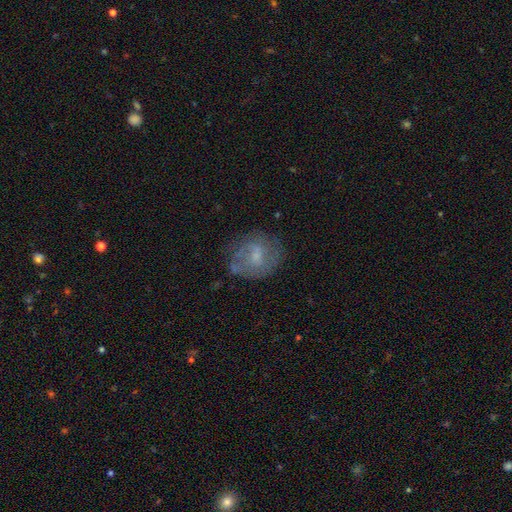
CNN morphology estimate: featured or disk 51%, smooth 40%, star or artifact 9%. Down the decision tree: edge-on disk — no (97%); merging — none (60%).